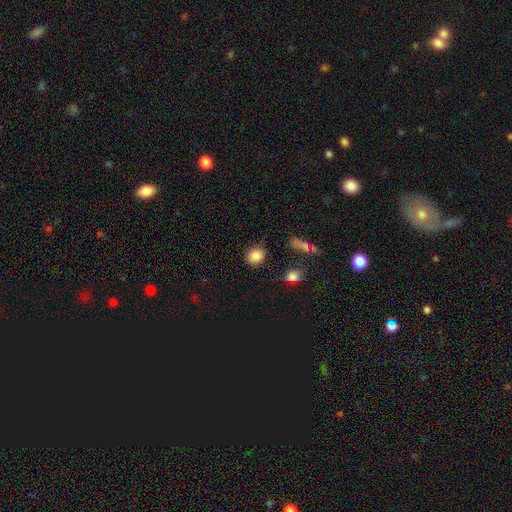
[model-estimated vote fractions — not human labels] Q: Smooth or featured?
A: smooth (86%); runner-up: star or artifact (9%)
Q: How rounded?
A: round (77%); runner-up: in between (21%)
Q: Merging?
A: none (84%); runner-up: minor disturbance (10%)